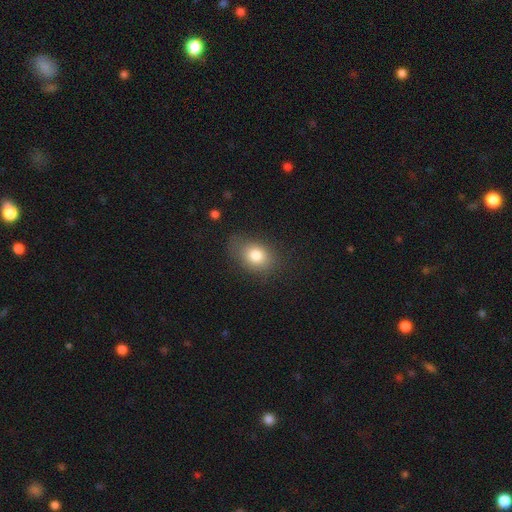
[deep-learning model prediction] Smooth or featured: smooth — 78% (star or artifact — 12%)
How rounded: in between — 65% (round — 33%)
Merging: none — 75% (minor disturbance — 18%)